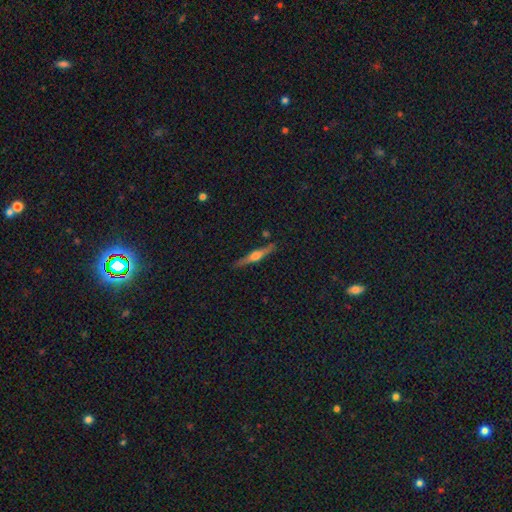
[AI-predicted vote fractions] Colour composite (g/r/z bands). It shows a featured or disk galaxy (71%) viewed edge-on (97%) with a rounded central bulge (87%). Merging: none (87%).